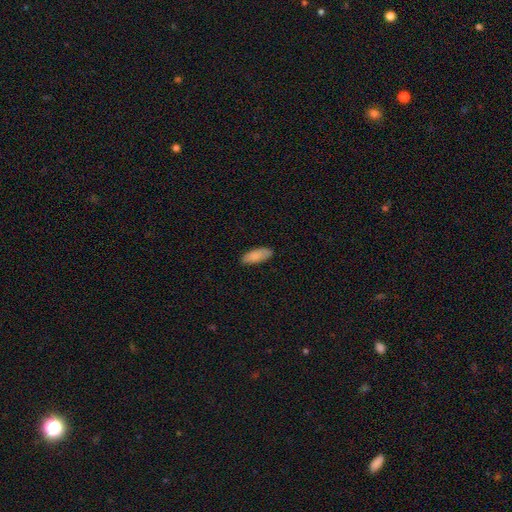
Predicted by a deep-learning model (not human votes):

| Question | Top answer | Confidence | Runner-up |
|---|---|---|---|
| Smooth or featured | smooth | 83% | featured or disk (11%) |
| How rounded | in between | 80% | cigar-shaped (18%) |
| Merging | none | 84% | minor disturbance (13%) |